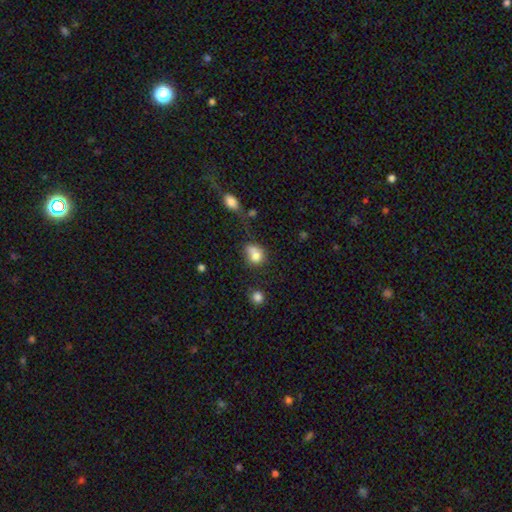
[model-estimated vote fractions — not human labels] Smooth or featured: smooth — 75% (featured or disk — 14%)
How rounded: round — 67% (in between — 32%)
Merging: merger — 39% (none — 34%)